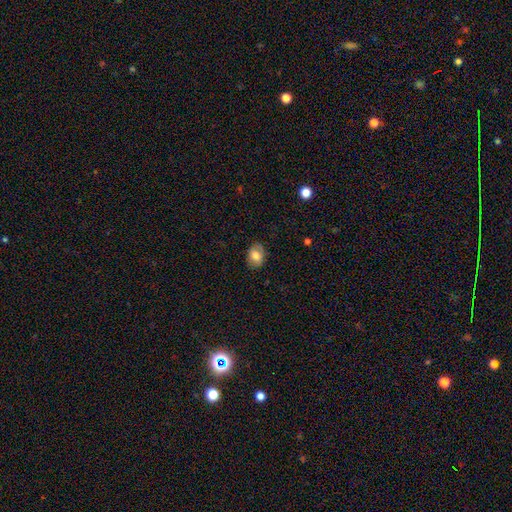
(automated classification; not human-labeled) Smooth or featured? Predicted: smooth (p=0.77). How rounded? Predicted: in between (p=0.73). Merging? Predicted: none (p=0.83).